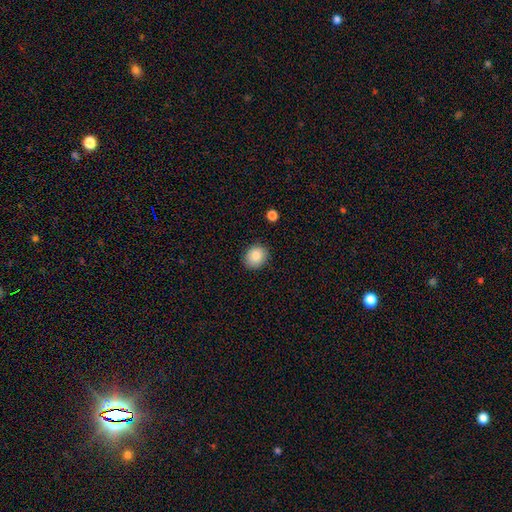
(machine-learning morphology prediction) A smooth galaxy with no disk features (87%) that is round (68%).

Vote fractions:
- Smooth or featured? smooth: 87% / star or artifact: 8% / featured or disk: 5%
- How rounded? round: 68% / in between: 31% / cigar-shaped: 1%
- Merging? none: 86% / minor disturbance: 10% / major disturbance: 2% / merger: 2%